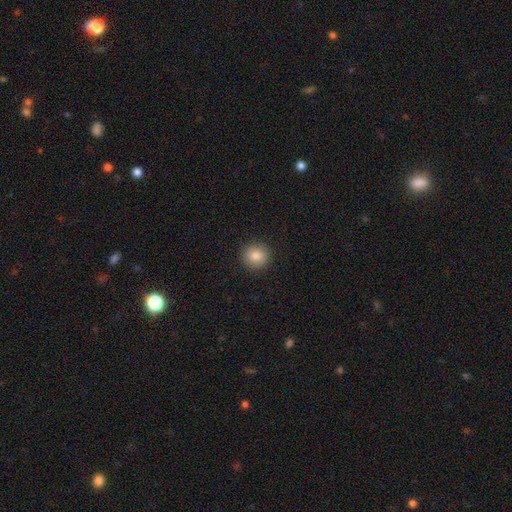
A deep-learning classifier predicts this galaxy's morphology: A smooth galaxy with no disk features (84%) that is round (92%). Merging: none (92%).